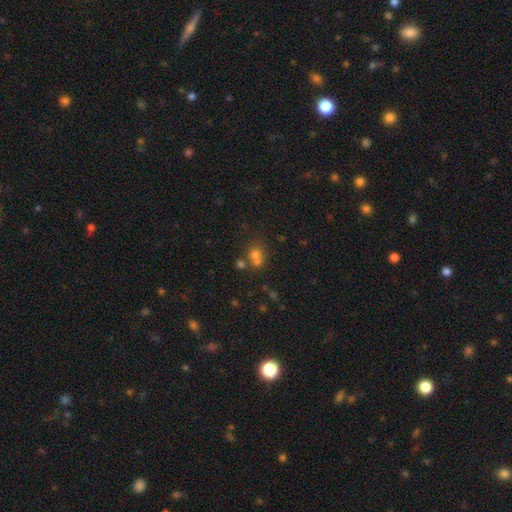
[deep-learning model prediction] Overall: smooth (63%; star or artifact 23%). How rounded: round (72%). Merging: none (44%; merger 42%).